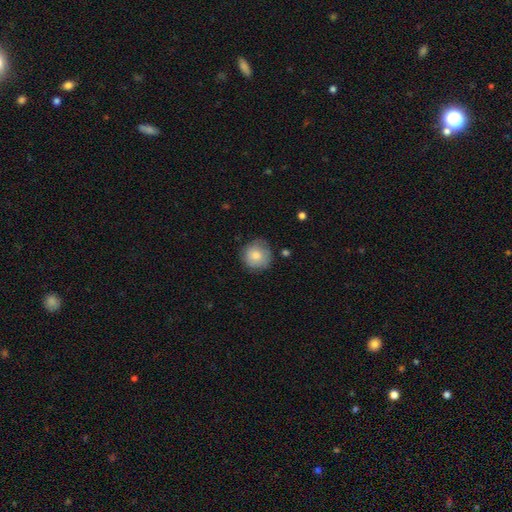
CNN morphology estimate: Overall: smooth (79%). How rounded: round (93%). Merging: none (75%).